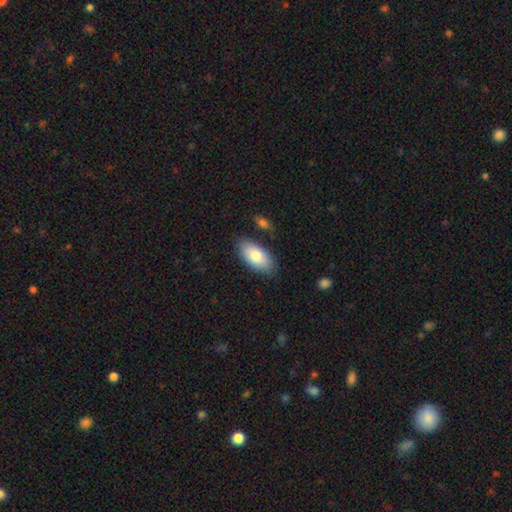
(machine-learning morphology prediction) A smooth galaxy with no disk features (80%) that is in between round and cigar-shaped (93%).

Vote fractions:
- Smooth or featured? smooth: 80% / featured or disk: 14% / star or artifact: 6%
- How rounded? in between: 93% / cigar-shaped: 5% / round: 3%
- Merging? none: 82% / minor disturbance: 12% / merger: 3% / major disturbance: 3%